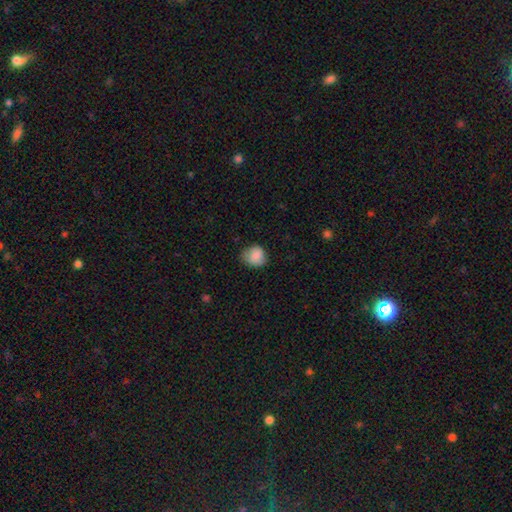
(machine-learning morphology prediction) Q: Smooth or featured?
A: smooth (83%); runner-up: featured or disk (9%)
Q: How rounded?
A: round (72%); runner-up: in between (27%)
Q: Merging?
A: none (66%); runner-up: minor disturbance (27%)